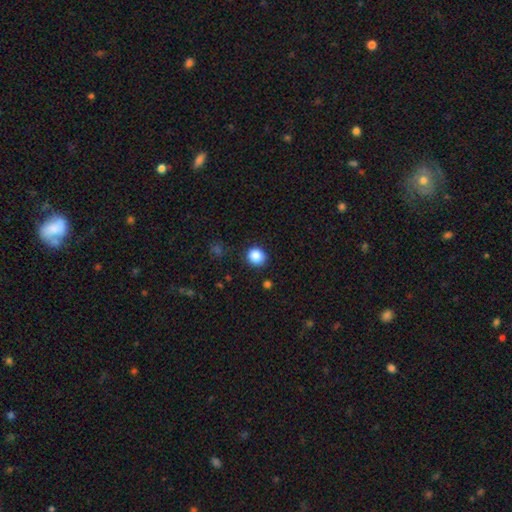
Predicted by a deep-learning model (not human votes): smooth 87%, star or artifact 10%, featured or disk 3%. Down the decision tree: how rounded — round (84%); merging — none (87%).